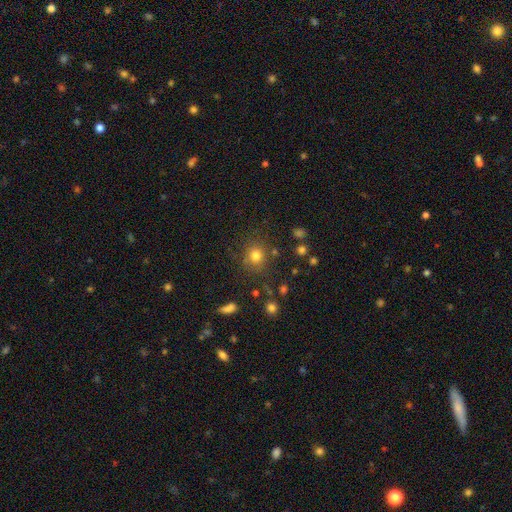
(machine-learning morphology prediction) A smooth galaxy with no disk features (78%) that is round (86%).

Vote fractions:
- Smooth or featured? smooth: 78% / star or artifact: 15% / featured or disk: 7%
- How rounded? round: 86% / in between: 13% / cigar-shaped: 1%
- Merging? none: 80% / minor disturbance: 11% / merger: 5% / major disturbance: 4%